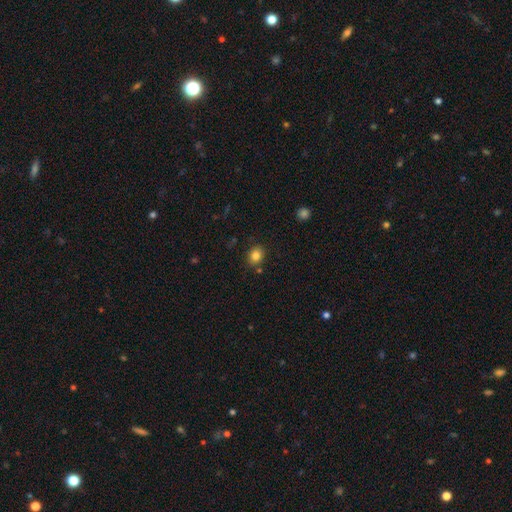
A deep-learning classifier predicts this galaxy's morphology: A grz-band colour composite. It shows a smooth galaxy with no disk features (83%) that is round (58%). Merging: none (82%).